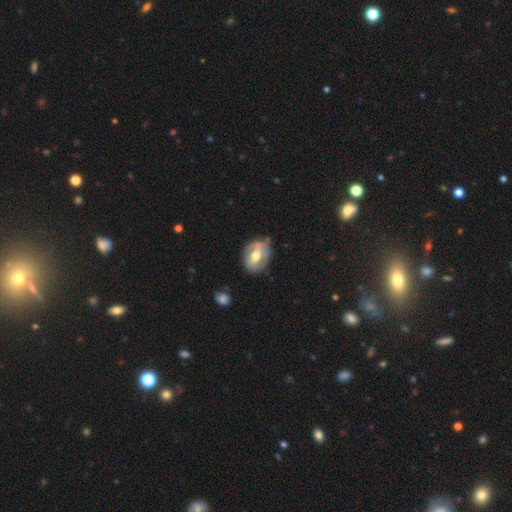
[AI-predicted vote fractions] The model was most divided on "smooth or featured": featured or disk: 50%, smooth: 43%, star or artifact: 7%. More confident: edge-on disk — no (92%); merging — none (60%).